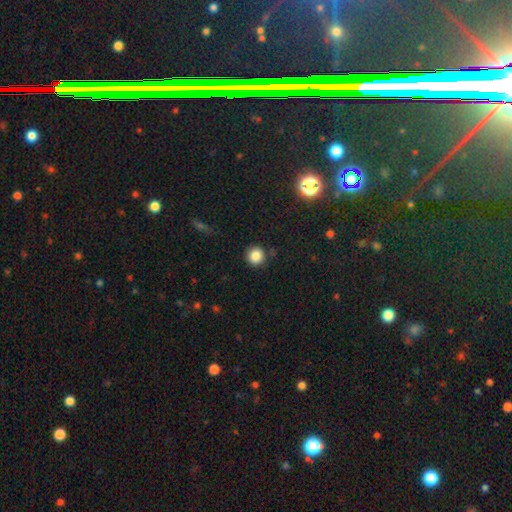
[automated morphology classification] Smooth or featured: smooth — 85% (star or artifact — 11%)
How rounded: round — 91% (in between — 8%)
Merging: none — 87% (minor disturbance — 9%)